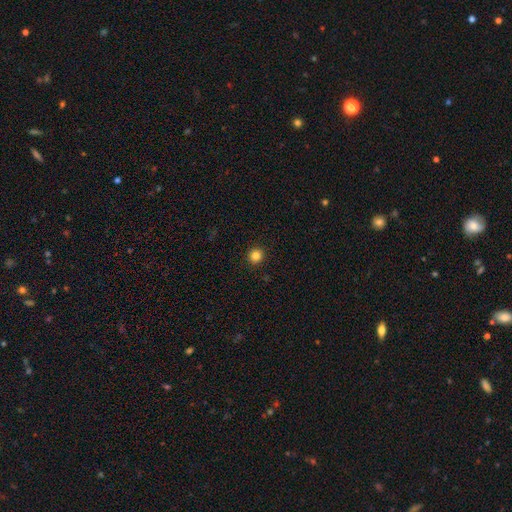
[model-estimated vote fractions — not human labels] Smooth or featured? Predicted: smooth (p=0.84). How rounded? Predicted: round (p=0.95). Merging? Predicted: none (p=0.93).